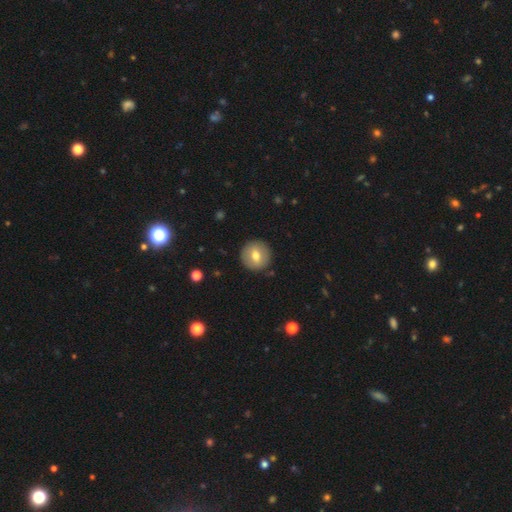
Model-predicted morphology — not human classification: smooth-or-featured: smooth: 69% | featured or disk: 23% | star or artifact: 8%
  how-rounded: round: 94% | in between: 5% | cigar-shaped: 1%
  merging: none: 90% | minor disturbance: 7% | major disturbance: 2% | merger: 1%